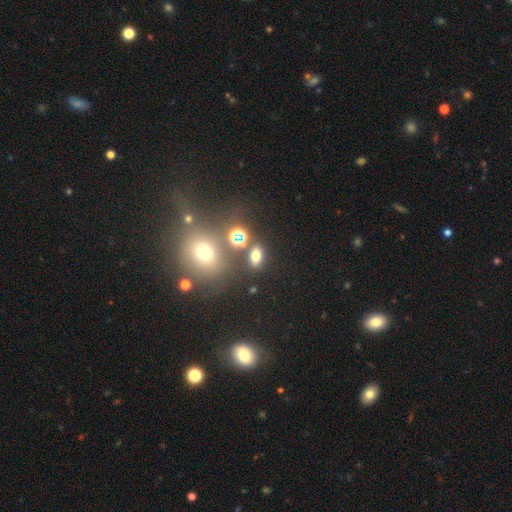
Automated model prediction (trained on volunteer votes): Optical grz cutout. It shows a smooth galaxy with no disk features (69%) that is in between round and cigar-shaped (76%). Merging: none (75%).